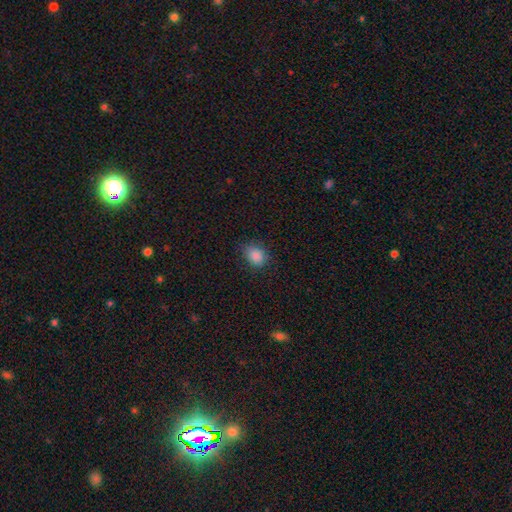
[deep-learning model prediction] This appears to be a smooth galaxy with no disk features (86%) that is in between round and cigar-shaped (54%). Merging: none (79%).